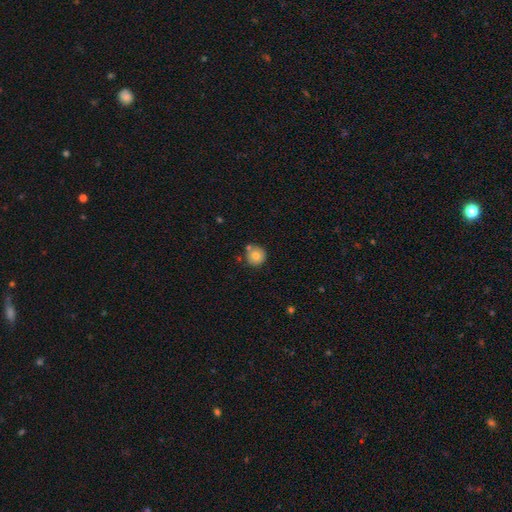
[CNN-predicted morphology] smooth 77%, featured or disk 13%, star or artifact 9%. Down the decision tree: how rounded — round (93%); merging — none (74%).